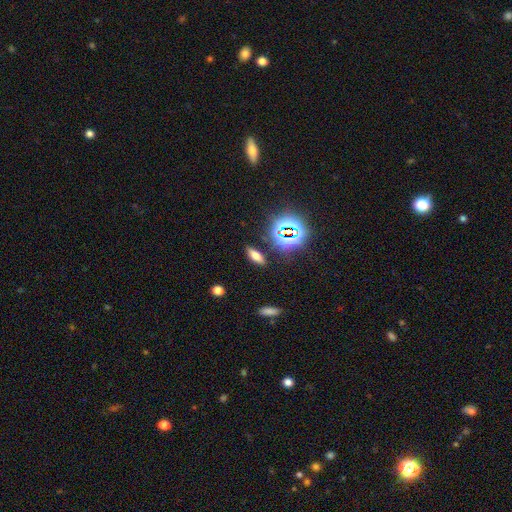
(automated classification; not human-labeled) A smooth galaxy with no disk features (60%) that is in between round and cigar-shaped (59%).

Vote fractions:
- Smooth or featured? smooth: 60% / star or artifact: 26% / featured or disk: 15%
- How rounded? in between: 59% / cigar-shaped: 33% / round: 8%
- Merging? none: 87% / minor disturbance: 8% / major disturbance: 3% / merger: 3%